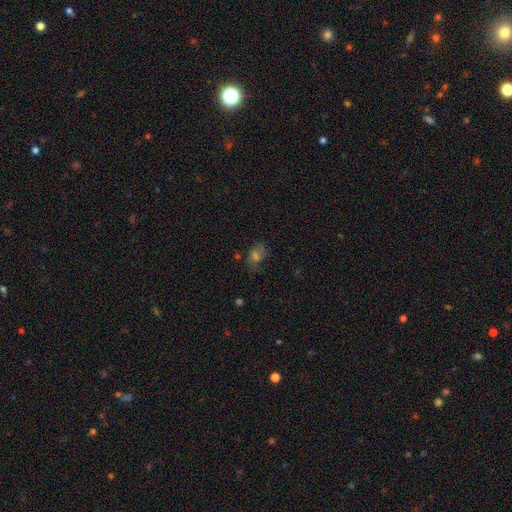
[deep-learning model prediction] A smooth galaxy with no disk features (41%).

Vote fractions:
- Smooth or featured? smooth: 41% / featured or disk: 30% / star or artifact: 29%
- Merging? none: 62% / minor disturbance: 21% / major disturbance: 14% / merger: 4%